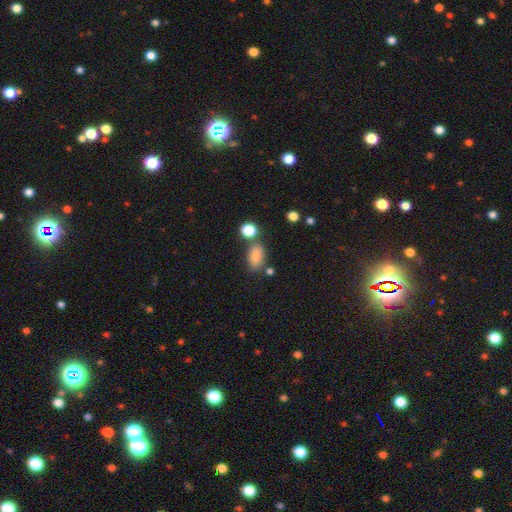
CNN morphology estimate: smooth_or_featured: smooth (p=0.84) [alt: star or artifact p=0.10]
how_rounded: in between (p=0.89) [alt: round p=0.08]
merging: none (p=0.68) [alt: minor disturbance p=0.16]